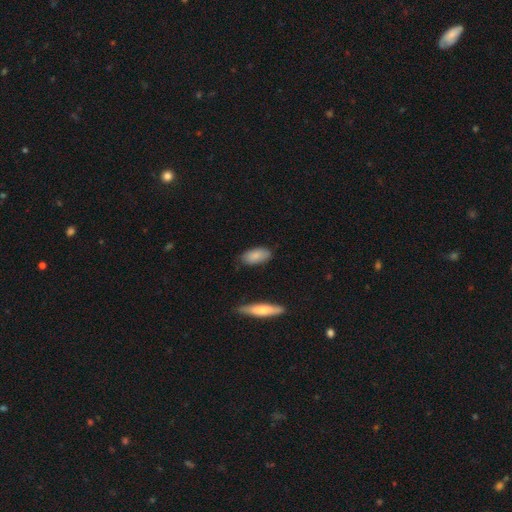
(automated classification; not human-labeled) smooth 83%, featured or disk 10%, star or artifact 6%. Down the decision tree: how rounded — in between (89%); merging — none (79%).